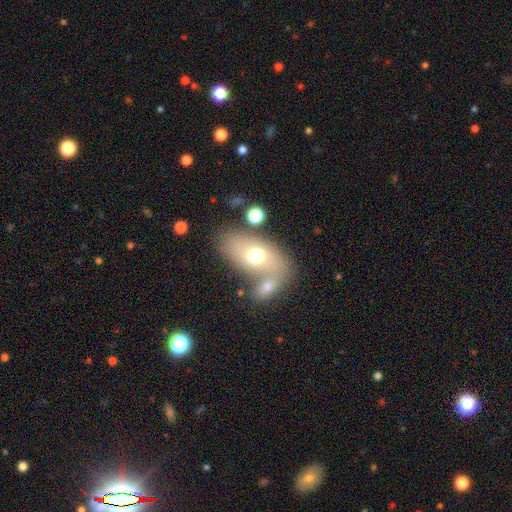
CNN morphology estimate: smooth 59%, featured or disk 32%, star or artifact 9%. Down the decision tree: how rounded — in between (87%); merging — none (43%).